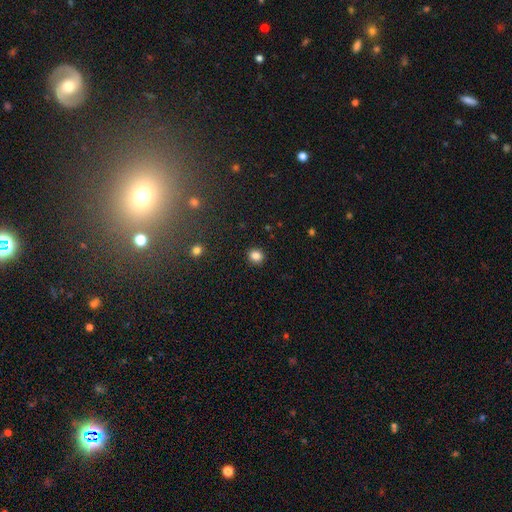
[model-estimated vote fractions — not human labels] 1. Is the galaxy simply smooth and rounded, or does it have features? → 85% smooth, 11% star or artifact, 4% featured or disk.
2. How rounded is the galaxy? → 80% round, 19% in between, 1% cigar-shaped.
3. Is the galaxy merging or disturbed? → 91% none, 6% minor disturbance, 2% major disturbance, 1% merger.